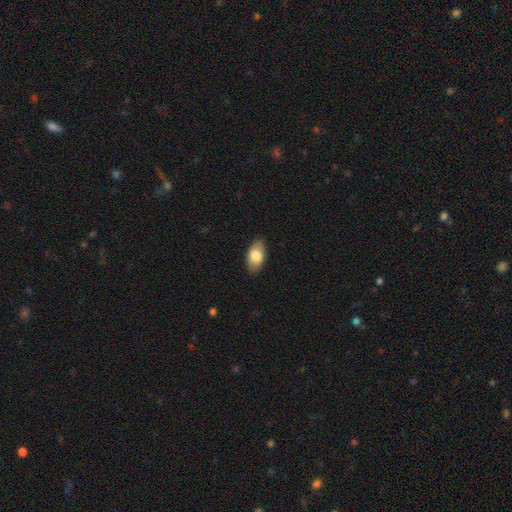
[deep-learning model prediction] smooth 81%, featured or disk 12%, star or artifact 6%. Down the decision tree: how rounded — in between (93%); merging — none (87%).